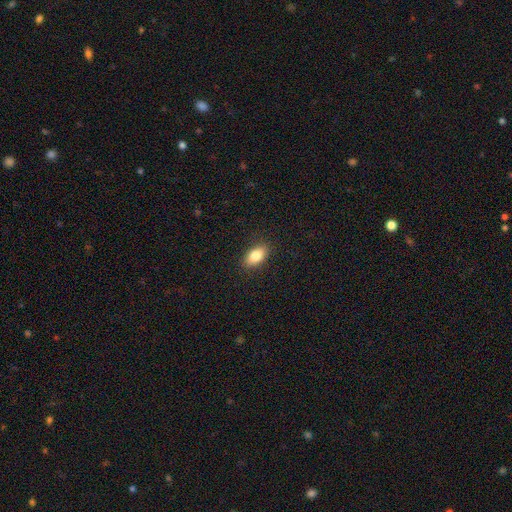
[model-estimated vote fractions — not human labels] This is clearly a smooth galaxy (83%). How rounded: clearly in between (90%). Merging: clearly none (88%).